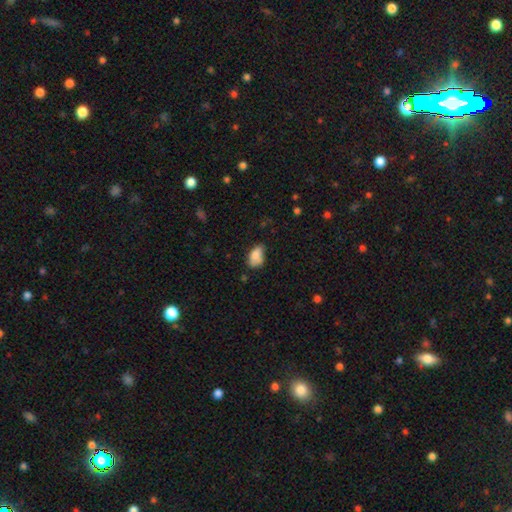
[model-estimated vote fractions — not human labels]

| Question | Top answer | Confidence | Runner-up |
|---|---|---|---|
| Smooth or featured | smooth | 80% | featured or disk (11%) |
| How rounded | in between | 89% | round (9%) |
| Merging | none | 47% | minor disturbance (36%) |